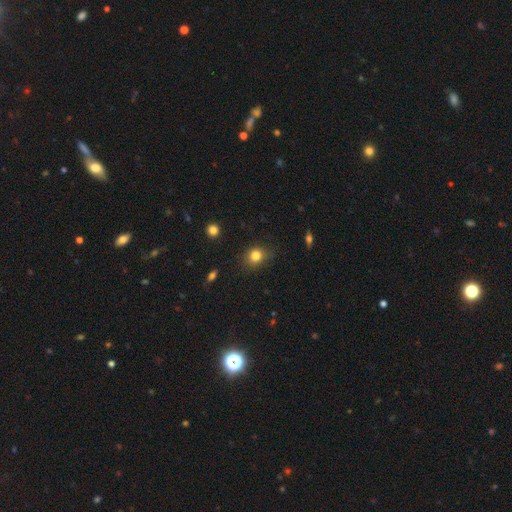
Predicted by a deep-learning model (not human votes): A smooth galaxy with no disk features (82%) that is round (67%).

Vote fractions:
- Smooth or featured? smooth: 82% / star or artifact: 11% / featured or disk: 7%
- How rounded? round: 67% / in between: 32% / cigar-shaped: 1%
- Merging? none: 82% / minor disturbance: 14% / major disturbance: 3% / merger: 1%